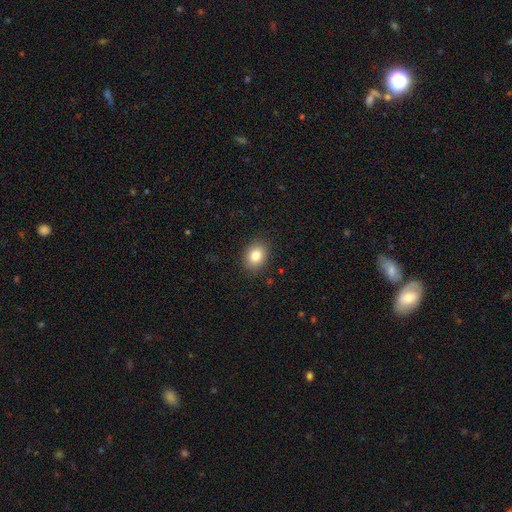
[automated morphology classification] Smooth or featured?
  - smooth: 82% *
  - star or artifact: 10%
  - featured or disk: 8%
How rounded?
  - in between: 52% *
  - round: 47%
  - cigar-shaped: 1%
Merging?
  - none: 88% *
  - minor disturbance: 8%
  - major disturbance: 2%
  - merger: 1%